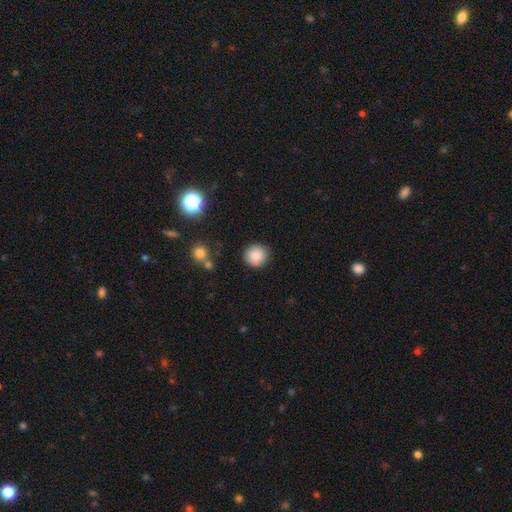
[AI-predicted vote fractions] Morphology: type=smooth (84%); roundness=round (92%); merging=none (86%).